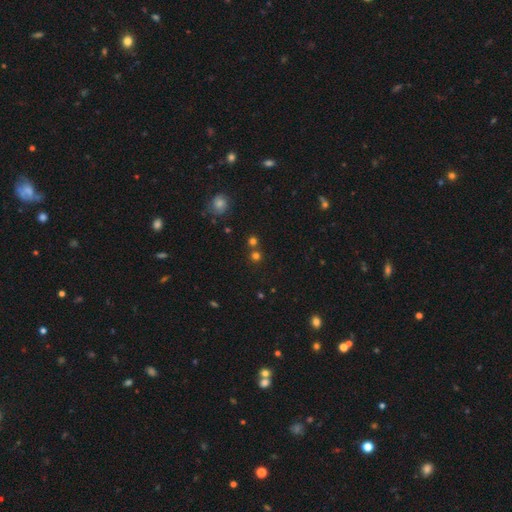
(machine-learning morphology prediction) A smooth galaxy with no disk features (65%) that is round (92%).

Vote fractions:
- Smooth or featured? smooth: 65% / star or artifact: 27% / featured or disk: 8%
- How rounded? round: 92% / in between: 7% / cigar-shaped: 1%
- Merging? none: 71% / merger: 20% / minor disturbance: 6% / major disturbance: 3%